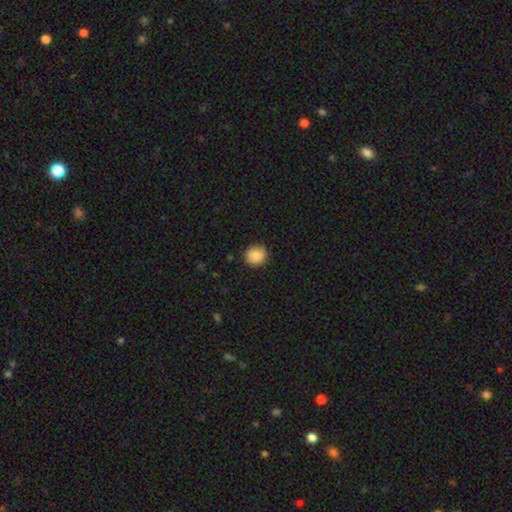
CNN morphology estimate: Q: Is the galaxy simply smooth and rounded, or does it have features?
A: smooth — 89%.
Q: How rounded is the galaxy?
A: round — 86%.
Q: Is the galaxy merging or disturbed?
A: none — 86%.